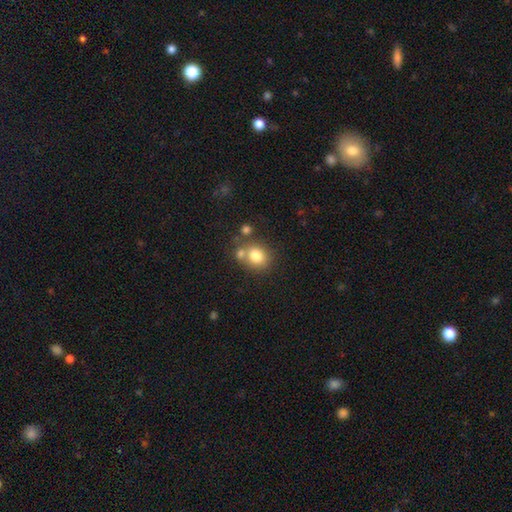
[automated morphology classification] The model was most divided on "merging": none: 58%, merger: 26%, minor disturbance: 12%, major disturbance: 5%. More confident: smooth or featured — smooth (78%); how rounded — round (72%).